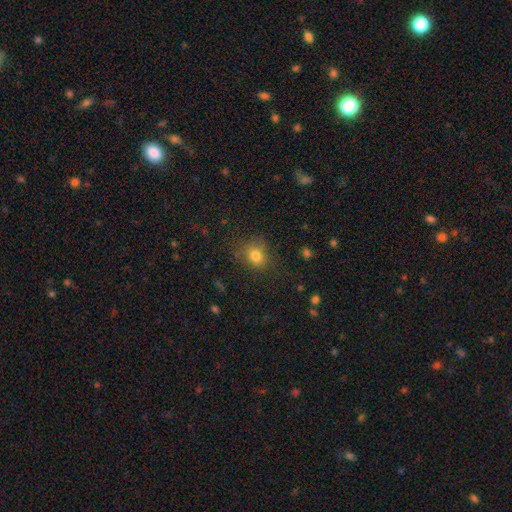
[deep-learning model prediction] Overall: smooth (79%). How rounded: round (68%; in between 31%). Merging: none (73%).